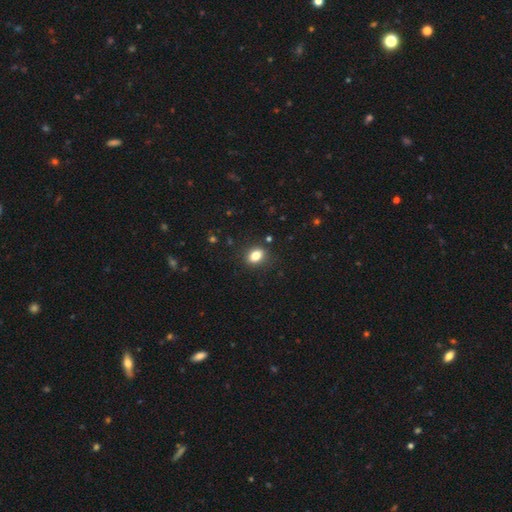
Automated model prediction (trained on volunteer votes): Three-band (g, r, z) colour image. It shows a smooth galaxy with no disk features (83%) that is in between round and cigar-shaped (73%). Merging: none (87%).